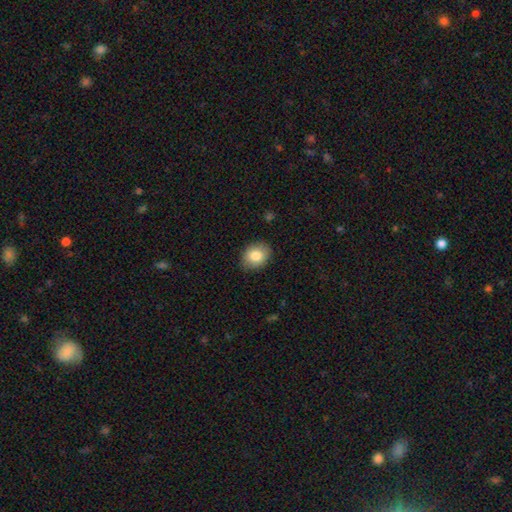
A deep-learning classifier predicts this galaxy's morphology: This appears to be a smooth galaxy with no disk features (83%) that is in between round and cigar-shaped (56%). Merging: none (84%).